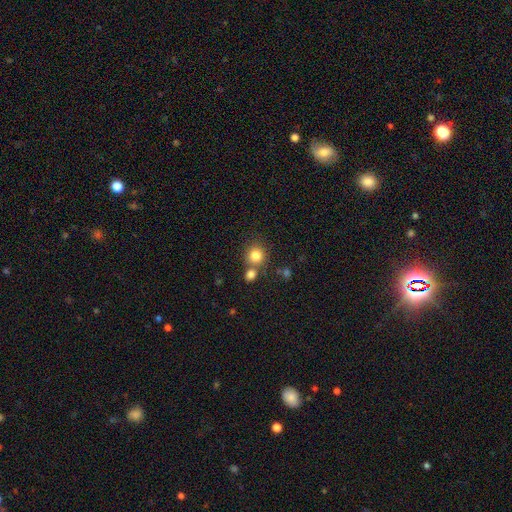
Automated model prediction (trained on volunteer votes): Smooth or featured: smooth — 81% (star or artifact — 12%)
How rounded: round — 87% (in between — 12%)
Merging: none — 62% (merger — 27%)